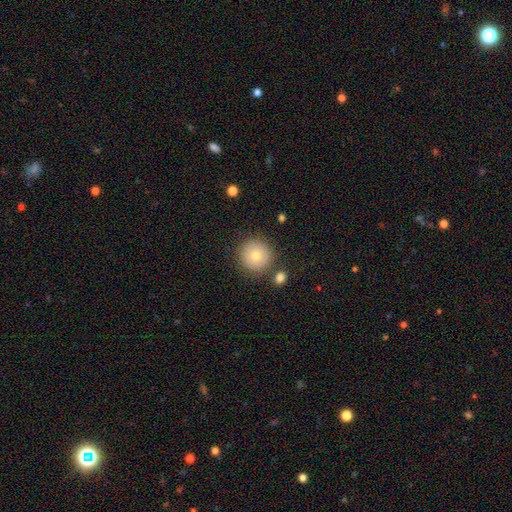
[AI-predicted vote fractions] Smooth or featured?
  - smooth: 78% *
  - featured or disk: 12%
  - star or artifact: 10%
How rounded?
  - round: 95% *
  - in between: 4%
  - cigar-shaped: 1%
Merging?
  - none: 84% *
  - minor disturbance: 9%
  - merger: 5%
  - major disturbance: 3%